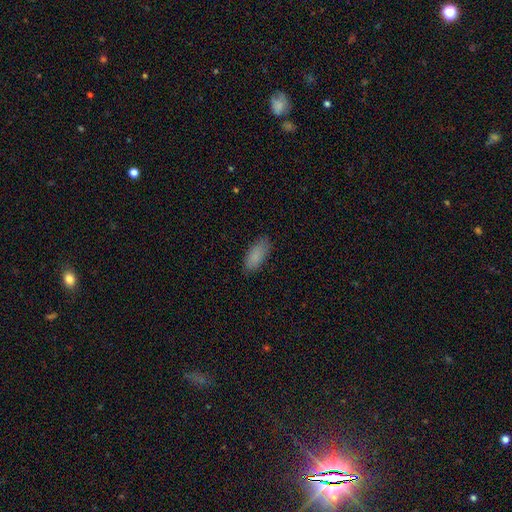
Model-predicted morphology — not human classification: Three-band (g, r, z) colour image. It shows a smooth galaxy with no disk features (88%) that is in between round and cigar-shaped (81%). Merging: none (83%).